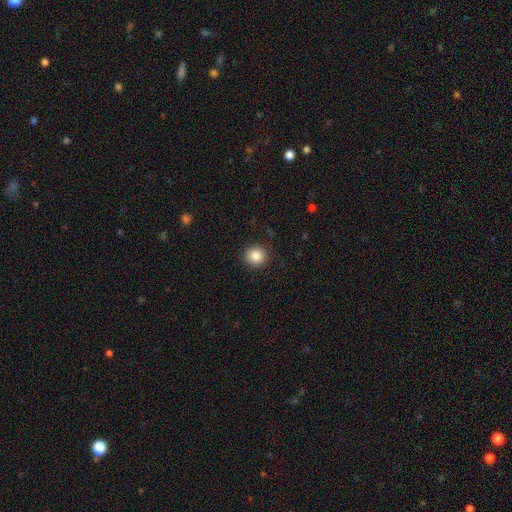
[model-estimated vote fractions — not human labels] Smooth or featured: smooth — 86% (star or artifact — 10%)
How rounded: round — 89% (in between — 10%)
Merging: none — 91% (minor disturbance — 6%)